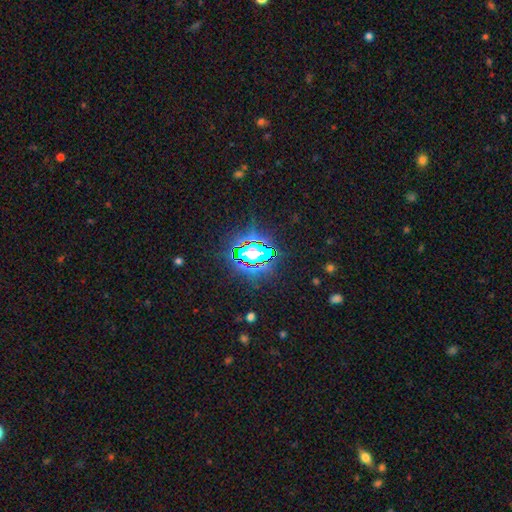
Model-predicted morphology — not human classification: Q: Smooth or featured?
A: star or artifact (81%); runner-up: smooth (11%)